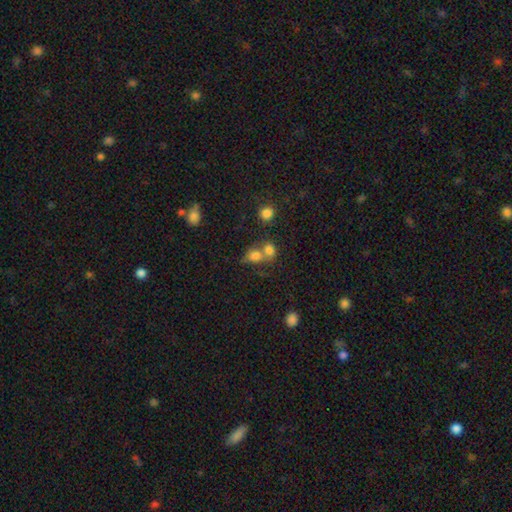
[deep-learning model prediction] Morphology: type=smooth (74%); roundness=round (52%); merging=merger (53%).